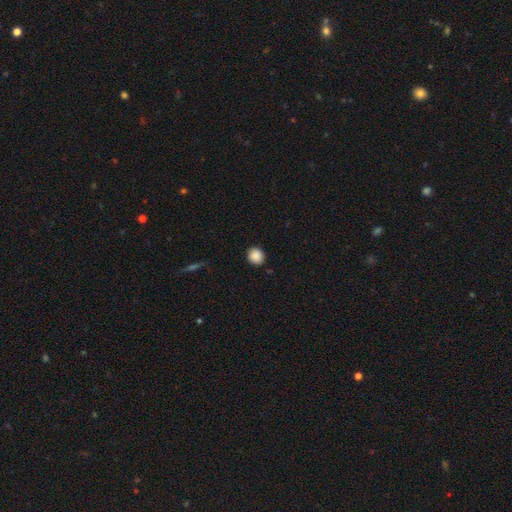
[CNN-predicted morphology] Smooth or featured? Predicted: smooth (p=0.88). How rounded? Predicted: round (p=0.87). Merging? Predicted: none (p=0.90).